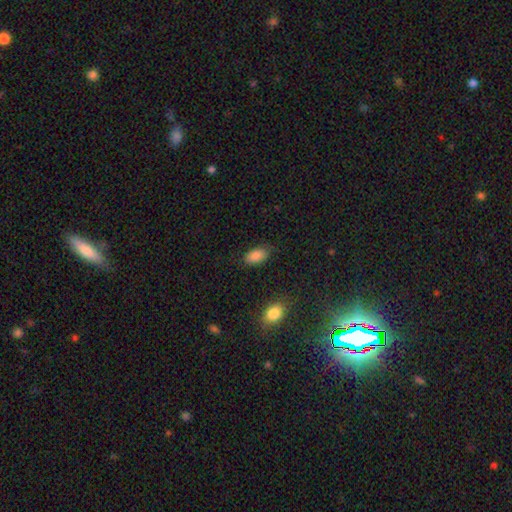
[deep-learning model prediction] smooth_or_featured: smooth (p=0.86) [alt: star or artifact p=0.08]
how_rounded: in between (p=0.93) [alt: round p=0.05]
merging: none (p=0.79) [alt: minor disturbance p=0.16]